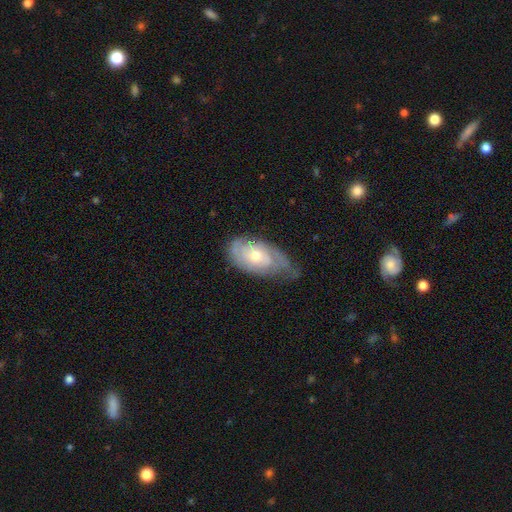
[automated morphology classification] The model was most divided on "merging": none: 48%, minor disturbance: 36%, major disturbance: 13%, merger: 2%. Remaining: edge-on disk — no (93%); spiral arms — yes (81%); bar — no (75%); smooth or featured — featured or disk (67%); spiral winding — tight (61%); bulge size — moderate (59%); spiral arm count — can't tell (47%).